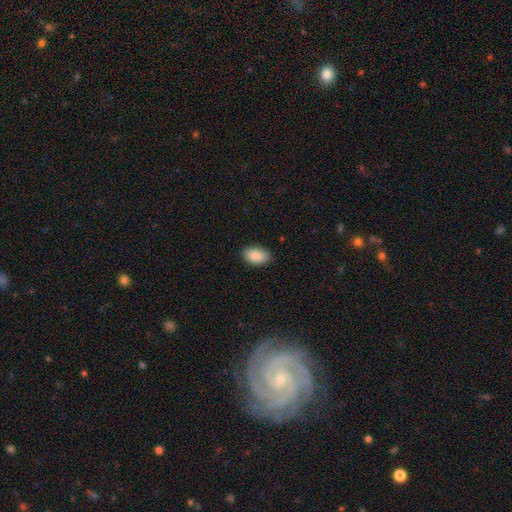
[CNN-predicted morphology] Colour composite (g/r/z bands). It shows a smooth galaxy with no disk features (87%) that is in between round and cigar-shaped (92%). Merging: none (86%).